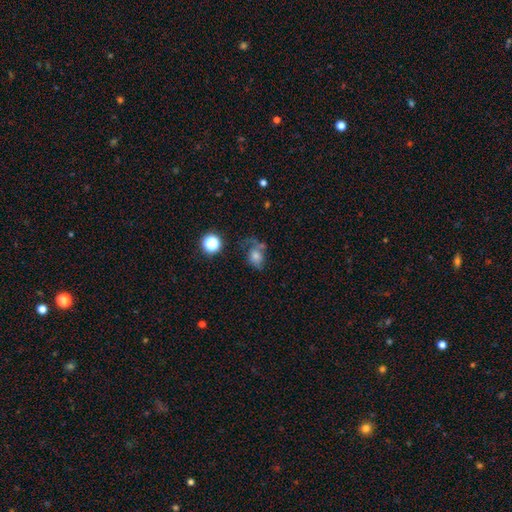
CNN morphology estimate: A smooth galaxy with no disk features (49%).

Vote fractions:
- Smooth or featured? smooth: 49% / featured or disk: 31% / star or artifact: 20%
- Merging? none: 37% / major disturbance: 28% / minor disturbance: 23% / merger: 12%